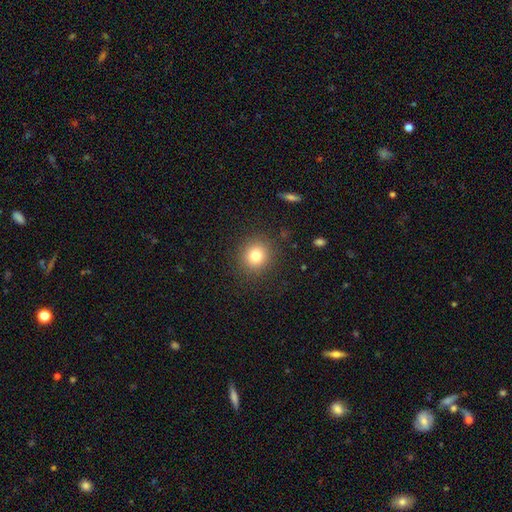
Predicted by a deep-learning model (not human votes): Smooth or featured? smooth (79%)
How rounded? round (91%)
Merging? none (89%)